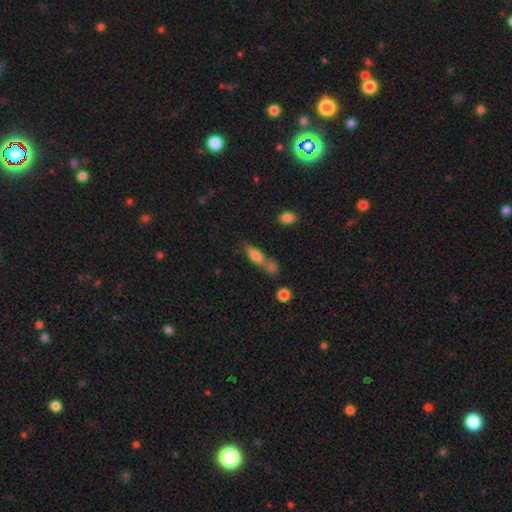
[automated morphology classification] This is likely a smooth galaxy (73%). How rounded: possibly in between (55%). Merging: marginally merger (43%).